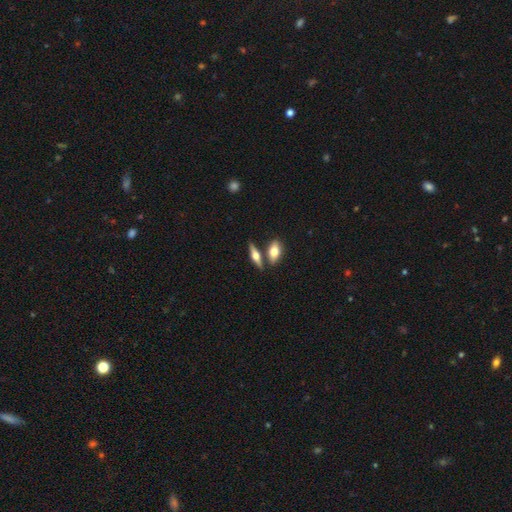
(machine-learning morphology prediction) featured or disk 51%, smooth 42%, star or artifact 7%. Down the decision tree: edge-on disk — yes (93%); merging — none (68%).